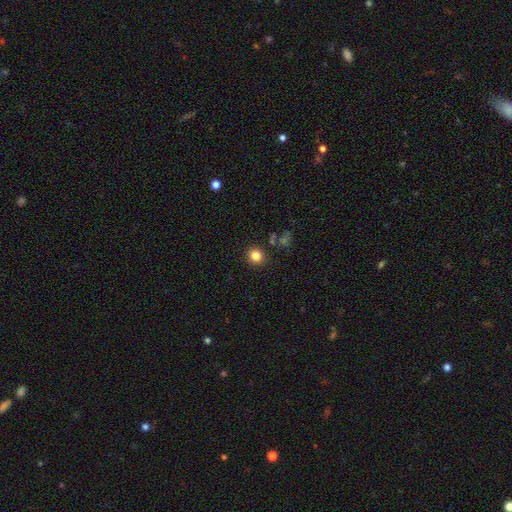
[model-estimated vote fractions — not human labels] smooth 83%, star or artifact 12%, featured or disk 5%. Down the decision tree: how rounded — round (89%); merging — none (88%).